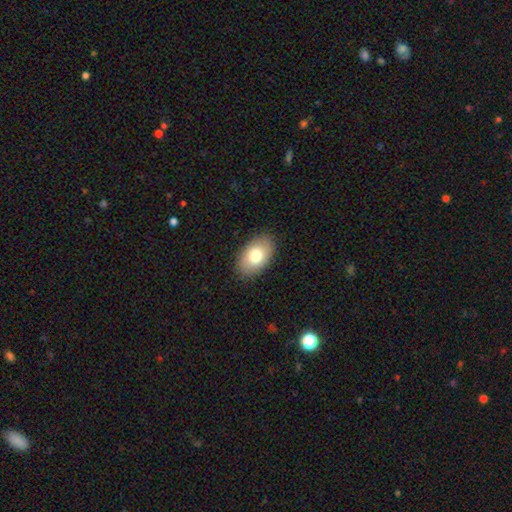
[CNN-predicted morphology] smooth-or-featured: smooth: 77% | featured or disk: 15% | star or artifact: 7%
  how-rounded: in between: 92% | round: 6% | cigar-shaped: 1%
  merging: none: 87% | minor disturbance: 9% | major disturbance: 2% | merger: 1%